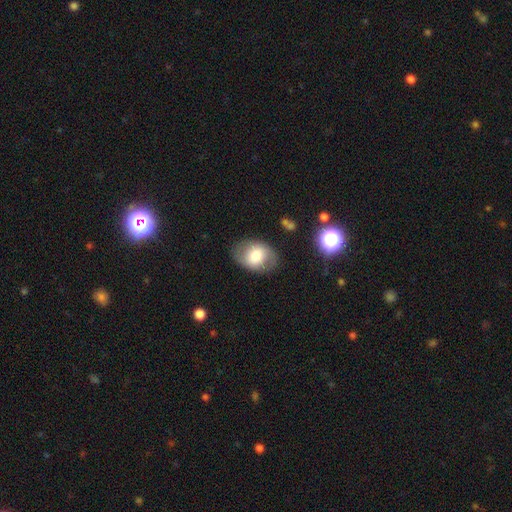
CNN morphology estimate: smooth-or-featured: smooth: 64% | featured or disk: 28% | star or artifact: 8%
  how-rounded: in between: 72% | round: 27% | cigar-shaped: 1%
  merging: none: 76% | minor disturbance: 16% | major disturbance: 6% | merger: 2%